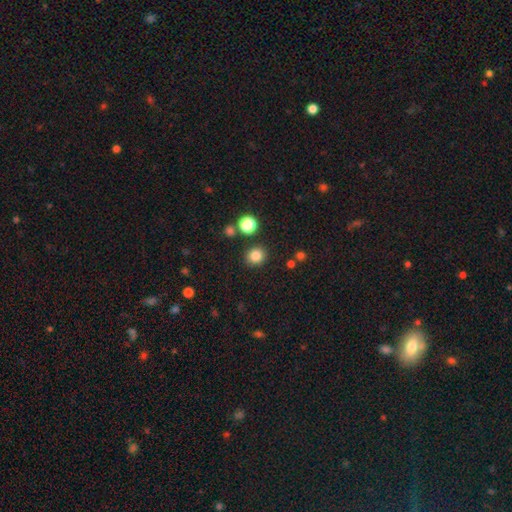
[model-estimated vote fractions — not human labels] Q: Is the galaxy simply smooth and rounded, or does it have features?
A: smooth — 83%.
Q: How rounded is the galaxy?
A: round — 81%.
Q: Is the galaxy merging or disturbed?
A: none — 87%.